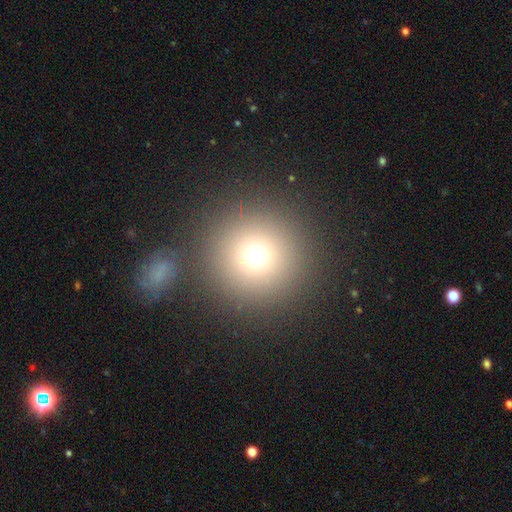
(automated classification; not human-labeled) This is likely a smooth galaxy (73%). How rounded: clearly round (95%). Merging: clearly none (80%).